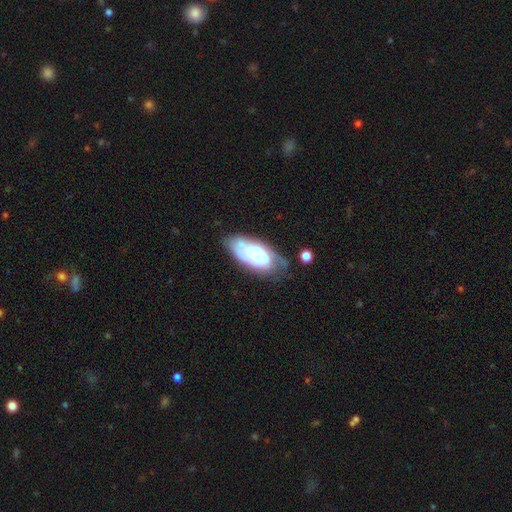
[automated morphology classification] Q: Smooth or featured?
A: featured or disk (64%); runner-up: smooth (29%)
Q: Edge-on disk?
A: no (92%); runner-up: yes (8%)
Q: Bar?
A: no (72%); runner-up: weak (22%)
Q: Spiral arms?
A: yes (77%); runner-up: no (23%)
Q: Bulge size?
A: small (45%); runner-up: moderate (42%)
Q: Merging?
A: none (54%); runner-up: minor disturbance (28%)